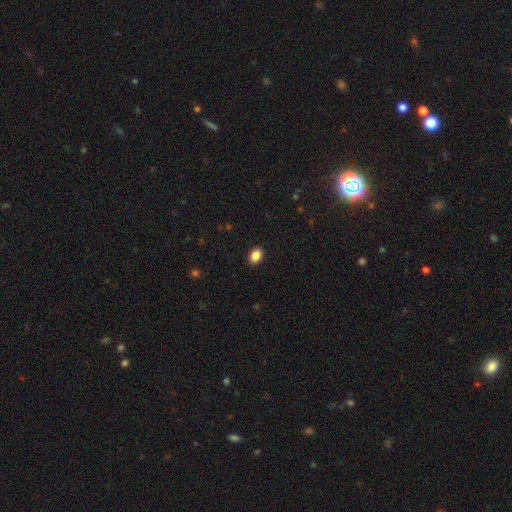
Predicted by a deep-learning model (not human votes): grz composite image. It shows a smooth galaxy with no disk features (87%) that is in between round and cigar-shaped (66%). Merging: none (90%).